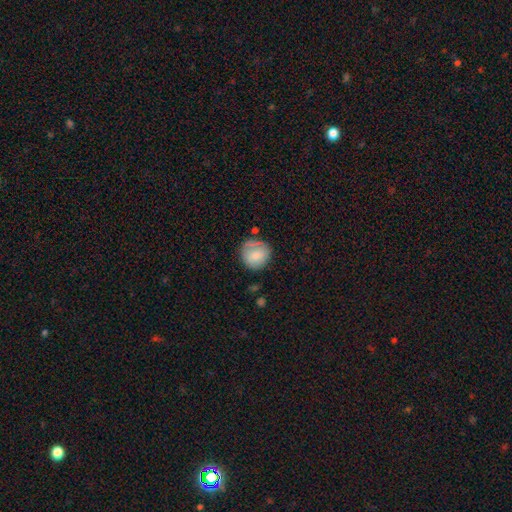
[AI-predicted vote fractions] Smooth or featured? smooth (76%)
How rounded? round (86%)
Merging? none (62%)